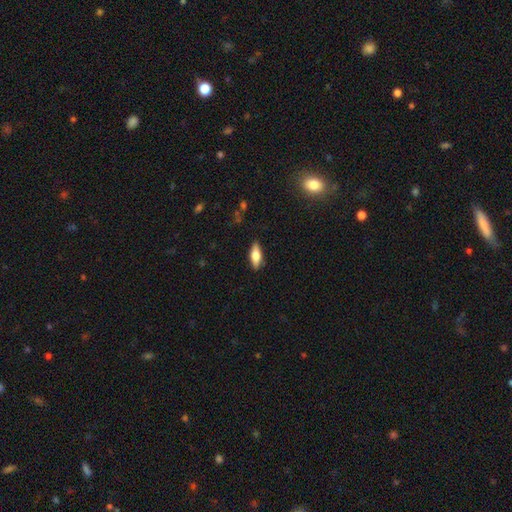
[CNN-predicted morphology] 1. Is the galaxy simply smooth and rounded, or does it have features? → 63% smooth, 30% featured or disk, 6% star or artifact.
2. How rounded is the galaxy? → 70% in between, 27% cigar-shaped, 3% round.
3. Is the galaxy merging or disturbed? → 87% none, 9% minor disturbance, 2% major disturbance, 1% merger.